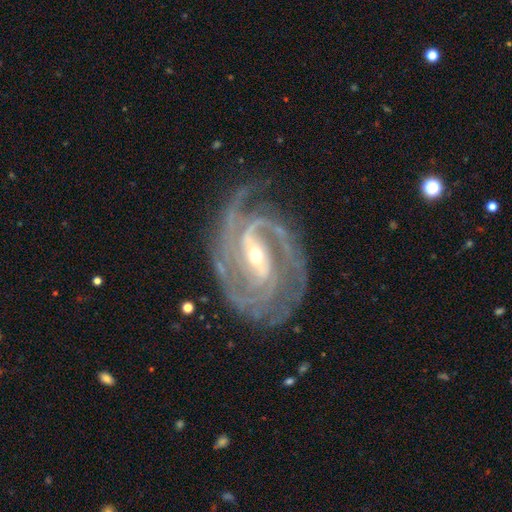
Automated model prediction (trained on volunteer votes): Overall: featured or disk (93%). Edge-on disk: no (97%). Bar: strong (54%; weak 34%). Spiral arms: yes (99%). Spiral arm count: 3 (32%; 2 30%). Spiral winding: tight (59%; medium 35%). Bulge size: small (60%; moderate 37%). Merging: none (73%).